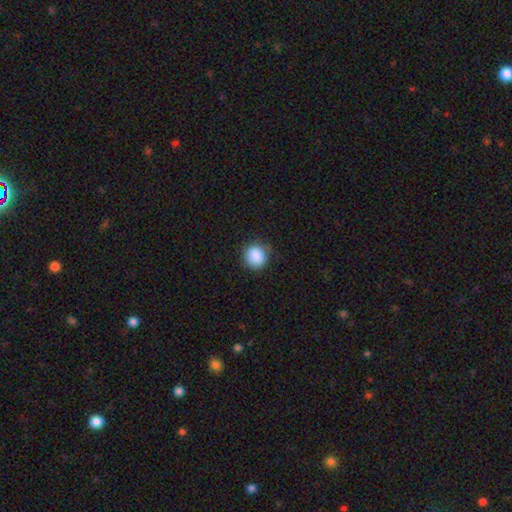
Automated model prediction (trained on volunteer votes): smooth-or-featured: smooth: 88% | star or artifact: 8% | featured or disk: 3%
  how-rounded: round: 85% | in between: 14% | cigar-shaped: 1%
  merging: none: 83% | minor disturbance: 13% | major disturbance: 3% | merger: 1%